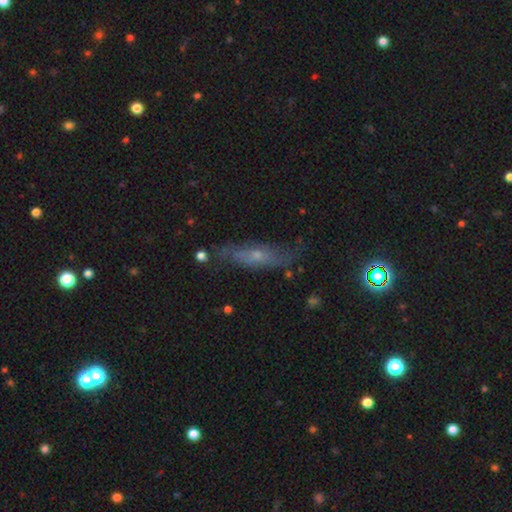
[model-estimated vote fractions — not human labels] Morphology: type=featured or disk (50%); edge-on=yes (52%); merging=none (68%).